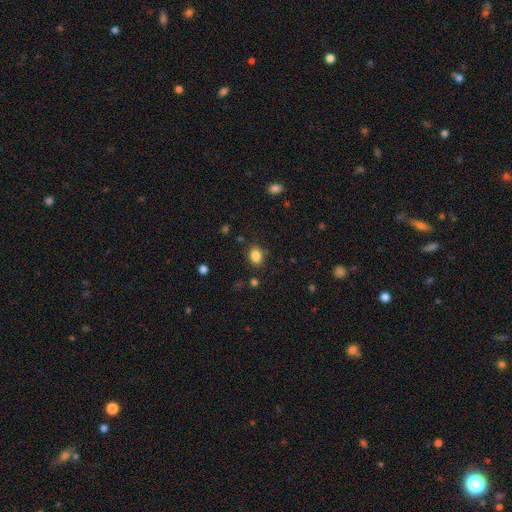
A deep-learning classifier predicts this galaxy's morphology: smooth_or_featured: smooth (p=0.85) [alt: star or artifact p=0.10]
how_rounded: in between (p=0.66) [alt: round p=0.33]
merging: none (p=0.83) [alt: minor disturbance p=0.11]